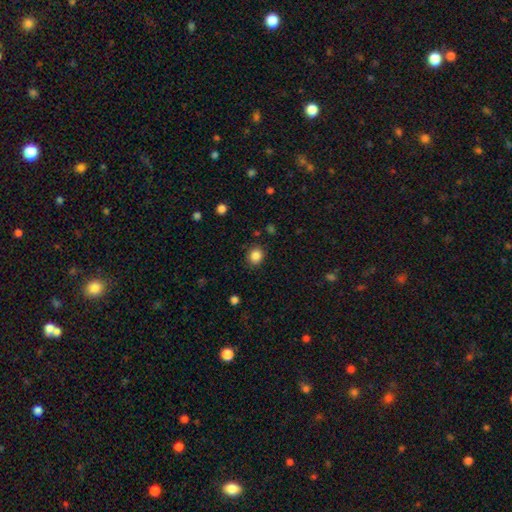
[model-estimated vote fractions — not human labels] smooth 86%, star or artifact 11%, featured or disk 4%. Down the decision tree: how rounded — round (77%); merging — none (88%).